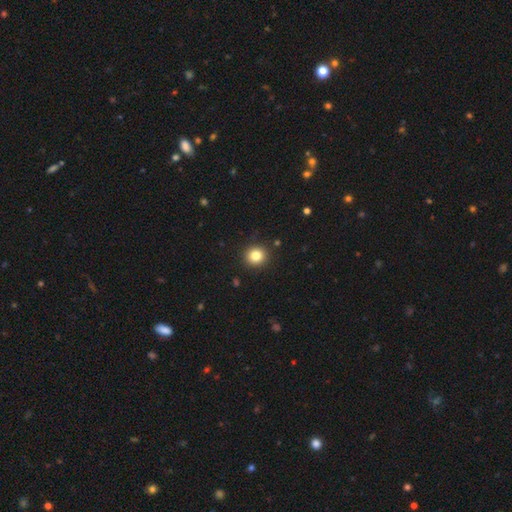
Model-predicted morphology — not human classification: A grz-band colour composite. It shows a smooth galaxy with no disk features (82%) that is round (90%). Merging: none (90%).